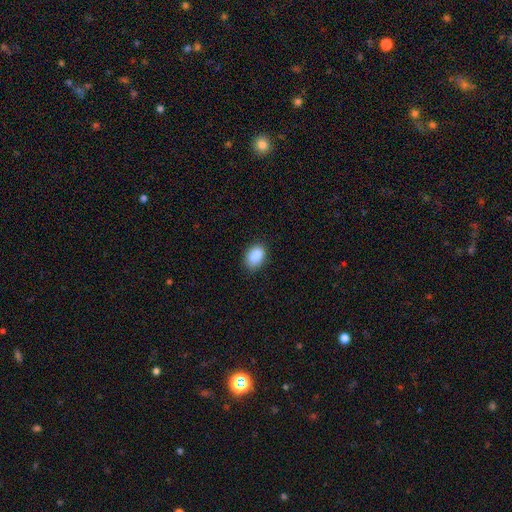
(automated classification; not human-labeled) Q: Smooth or featured?
A: smooth (88%); runner-up: star or artifact (8%)
Q: How rounded?
A: in between (83%); runner-up: round (15%)
Q: Merging?
A: none (84%); runner-up: minor disturbance (12%)